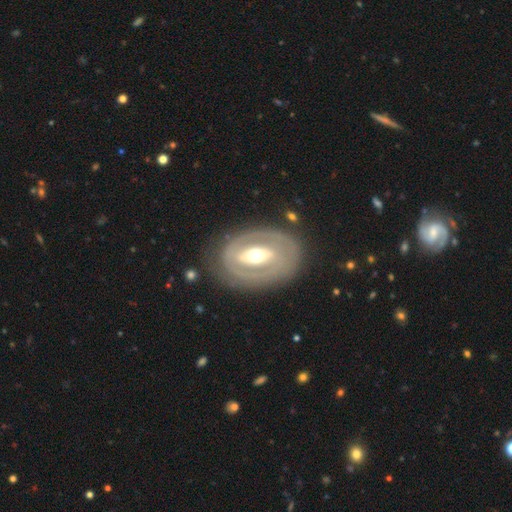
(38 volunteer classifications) This appears to be a featured or disk galaxy (79%) with a strong bar (47%), no spiral arms (53%) and a moderate central bulge (63%). Merging: none (74%).